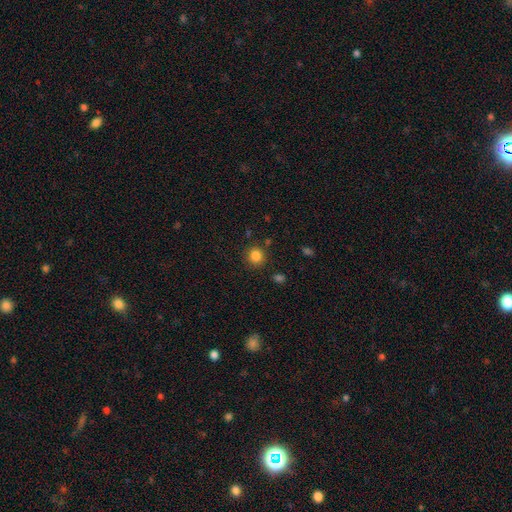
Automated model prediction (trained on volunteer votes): Smooth or featured? smooth (84%)
How rounded? round (89%)
Merging? none (87%)